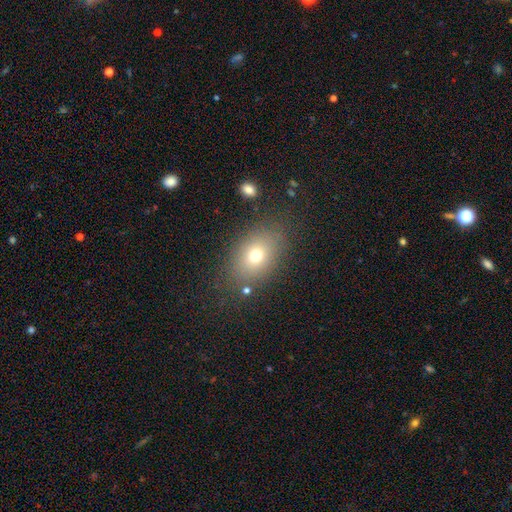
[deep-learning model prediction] Overall: smooth (72%). How rounded: in between (78%). Merging: none (81%).